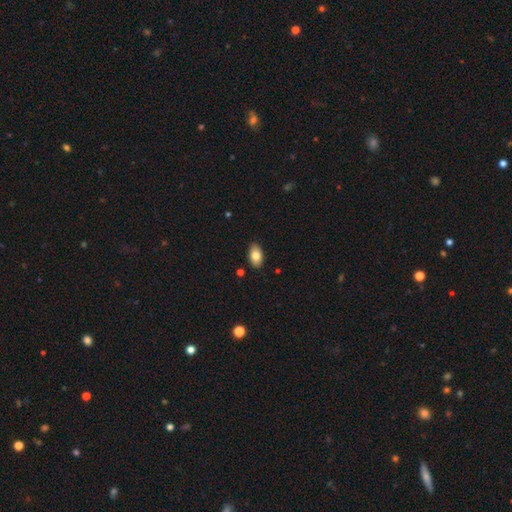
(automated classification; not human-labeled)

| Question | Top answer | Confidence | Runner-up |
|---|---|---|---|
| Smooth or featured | smooth | 81% | featured or disk (12%) |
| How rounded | in between | 93% | round (5%) |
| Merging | none | 88% | minor disturbance (9%) |